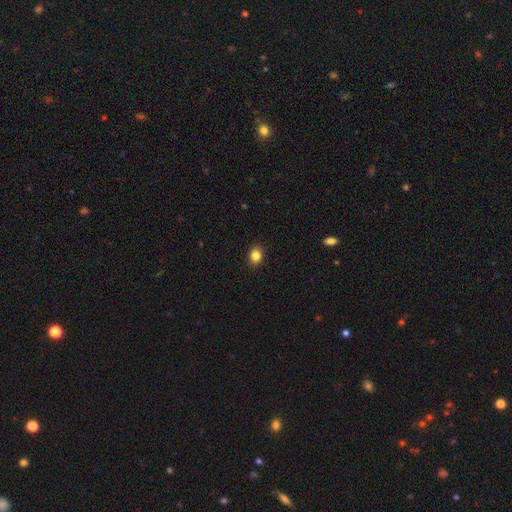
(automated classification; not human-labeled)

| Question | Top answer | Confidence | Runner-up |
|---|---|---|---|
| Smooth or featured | smooth | 85% | star or artifact (10%) |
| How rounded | round | 54% | in between (45%) |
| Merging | none | 89% | minor disturbance (8%) |